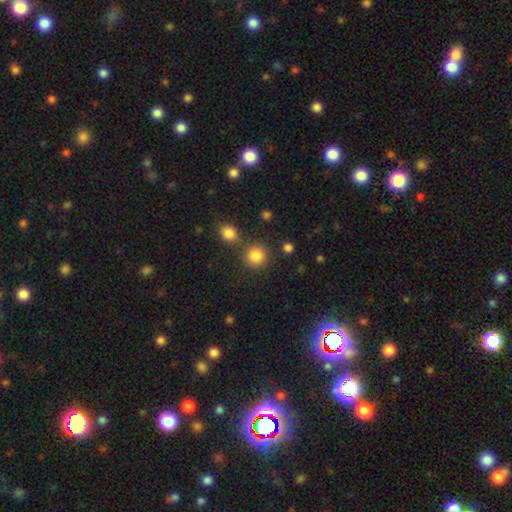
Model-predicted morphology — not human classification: Q: Smooth or featured?
A: smooth (84%); runner-up: star or artifact (11%)
Q: How rounded?
A: round (90%); runner-up: in between (9%)
Q: Merging?
A: none (76%); runner-up: merger (13%)